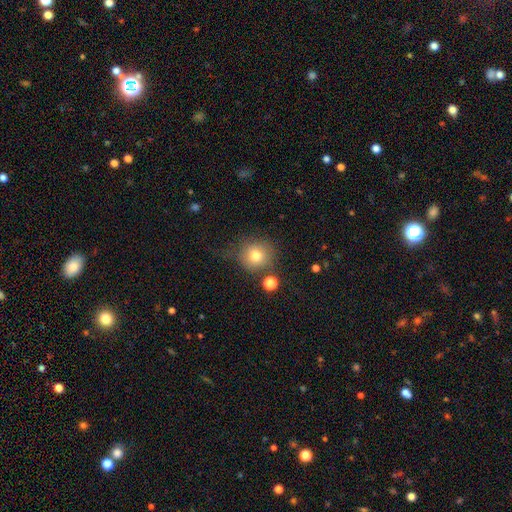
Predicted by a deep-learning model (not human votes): smooth-or-featured: smooth: 76% | star or artifact: 13% | featured or disk: 12%
  how-rounded: round: 90% | in between: 9% | cigar-shaped: 1%
  merging: none: 69% | minor disturbance: 16% | major disturbance: 8% | merger: 8%